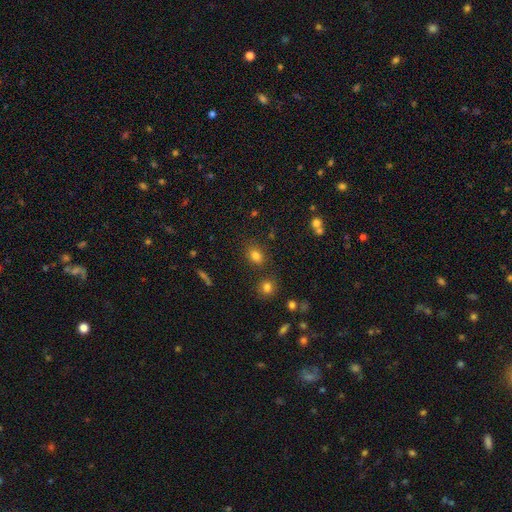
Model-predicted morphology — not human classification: smooth 80%, star or artifact 13%, featured or disk 7%. Down the decision tree: how rounded — in between (58%); merging — none (78%).